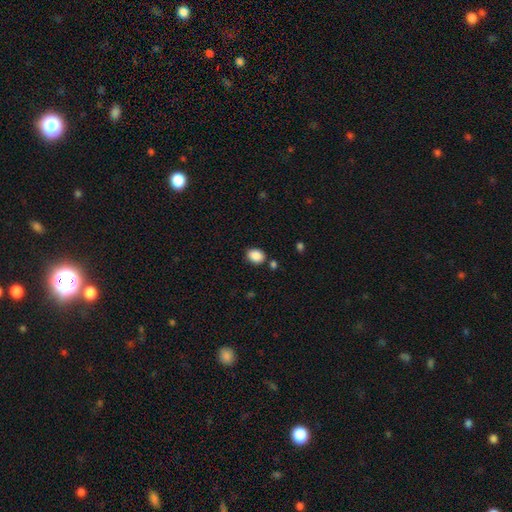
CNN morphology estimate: The model was most divided on "how rounded": in between: 59%, round: 40%, cigar-shaped: 1%. More confident: smooth or featured — smooth (88%); merging — none (79%).